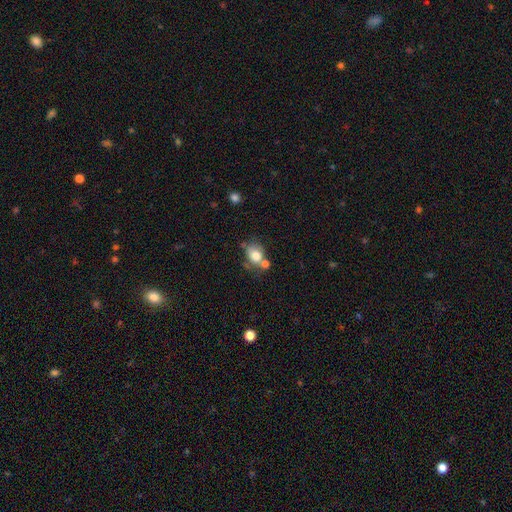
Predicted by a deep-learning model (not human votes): Smooth or featured? Predicted: smooth (p=0.76). How rounded? Predicted: in between (p=0.51). Merging? Predicted: none (p=0.41).